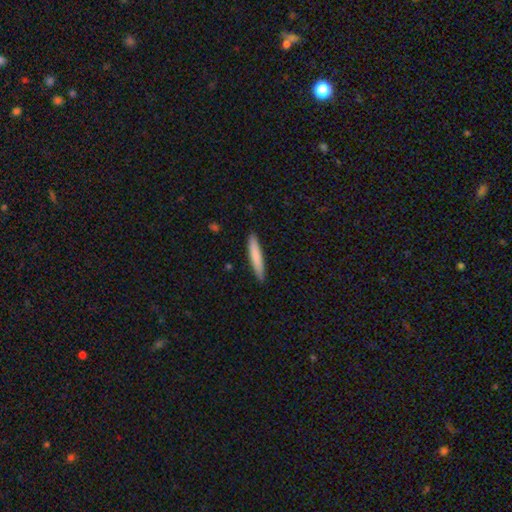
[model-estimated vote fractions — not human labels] This is likely a smooth galaxy (79%). How rounded: clearly cigar-shaped (92%). Merging: clearly none (89%).